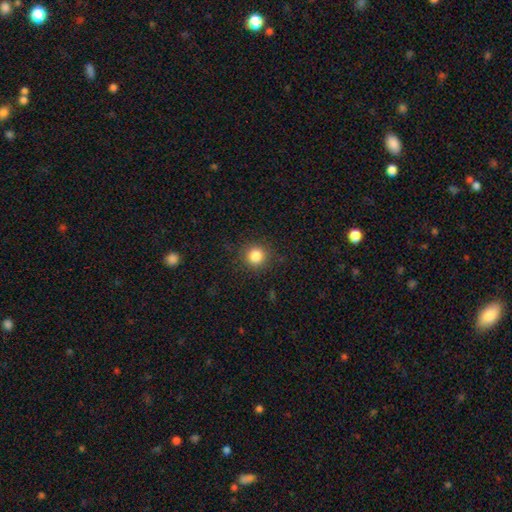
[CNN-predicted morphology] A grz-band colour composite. It shows a smooth galaxy with no disk features (84%) that is round (92%). Merging: none (89%).